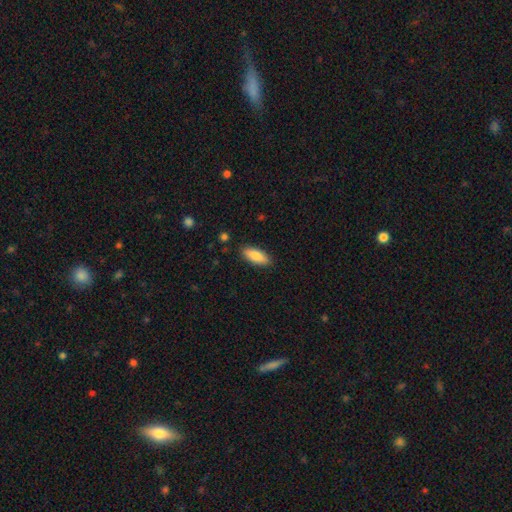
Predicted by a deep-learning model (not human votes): Morphology: type=smooth (83%); roundness=in between (77%); merging=none (88%).